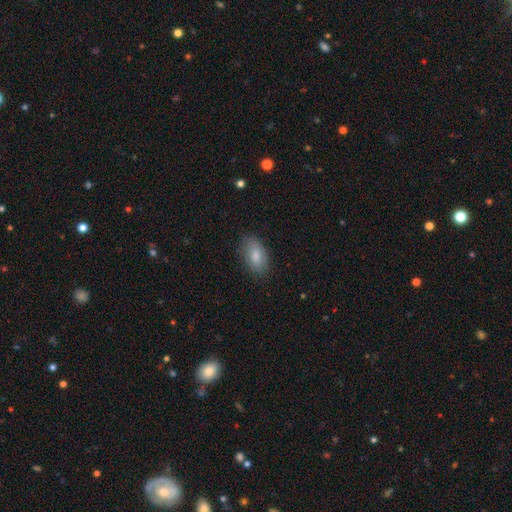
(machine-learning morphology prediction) Overall: smooth (83%). How rounded: in between (92%). Merging: none (82%).